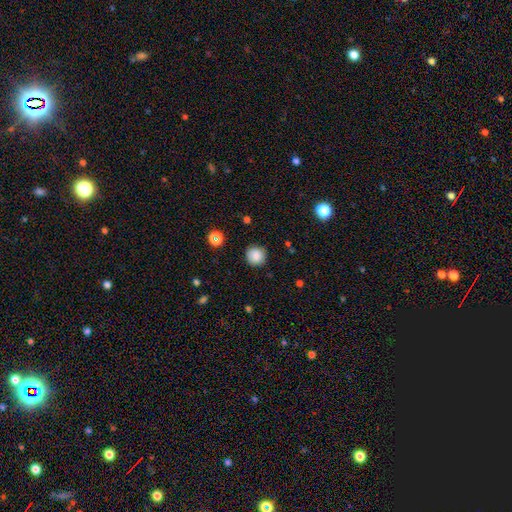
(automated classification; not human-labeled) Q: Smooth or featured?
A: smooth (83%); runner-up: star or artifact (11%)
Q: How rounded?
A: round (92%); runner-up: in between (7%)
Q: Merging?
A: none (87%); runner-up: minor disturbance (9%)